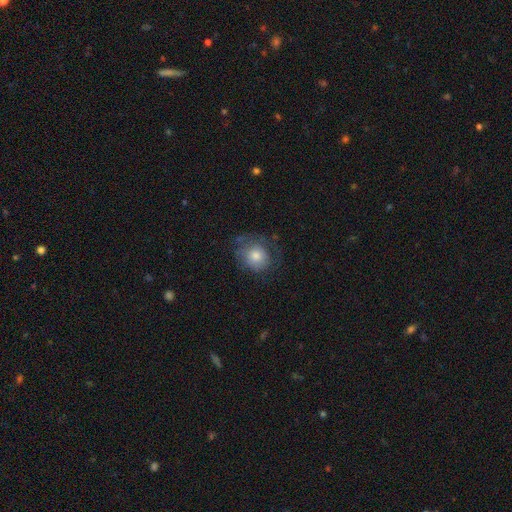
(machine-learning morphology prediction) Q: Smooth or featured?
A: smooth (68%); runner-up: featured or disk (23%)
Q: How rounded?
A: round (78%); runner-up: in between (21%)
Q: Merging?
A: none (61%); runner-up: minor disturbance (24%)